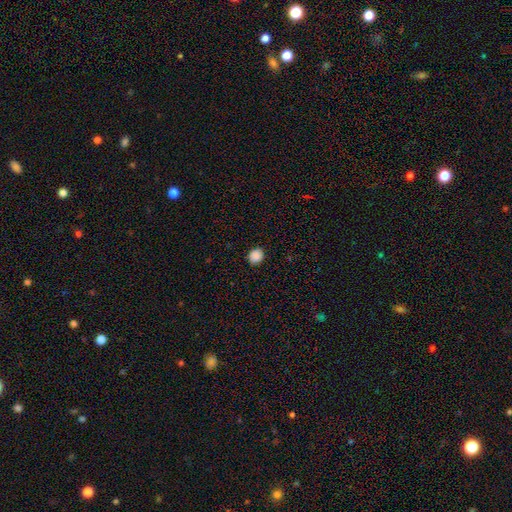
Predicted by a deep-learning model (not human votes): smooth 88%, star or artifact 9%, featured or disk 3%. Down the decision tree: how rounded — round (73%); merging — none (89%).